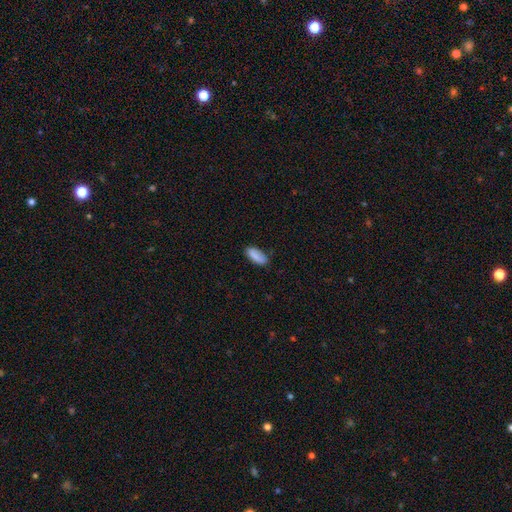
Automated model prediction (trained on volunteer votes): smooth_or_featured: smooth (p=0.87) [alt: star or artifact p=0.07]
how_rounded: in between (p=0.85) [alt: cigar-shaped p=0.13]
merging: none (p=0.75) [alt: minor disturbance p=0.19]